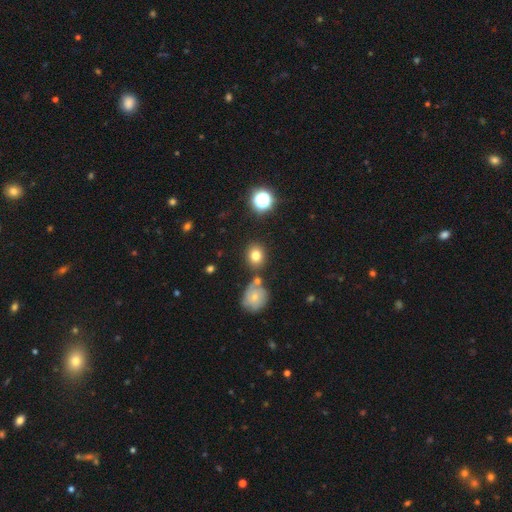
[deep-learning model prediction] A smooth galaxy with no disk features (76%) that is round (68%). Merging: none (74%).